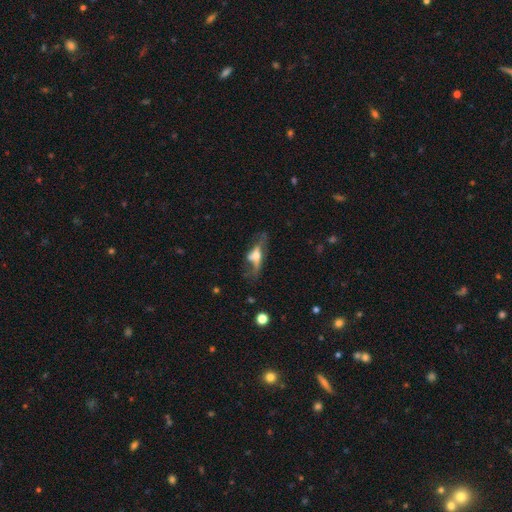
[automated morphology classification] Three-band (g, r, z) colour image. It shows a featured or disk galaxy (62%). Merging: none (39%).